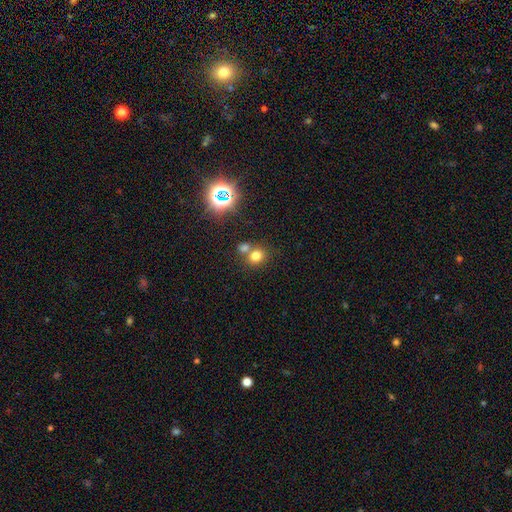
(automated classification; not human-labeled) smooth_or_featured: smooth (p=0.72) [alt: star or artifact p=0.19]
how_rounded: round (p=0.75) [alt: in between p=0.24]
merging: none (p=0.51) [alt: merger p=0.39]